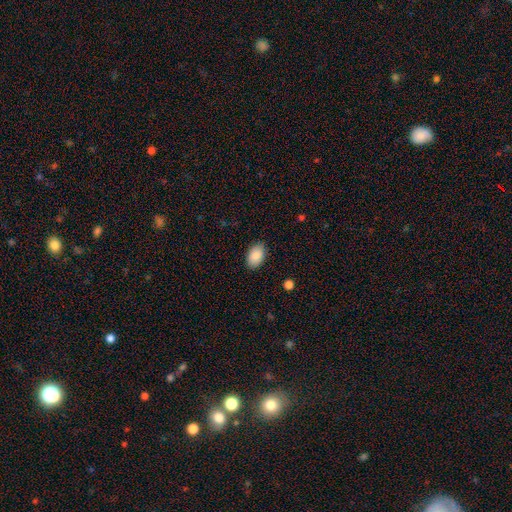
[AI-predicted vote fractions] Smooth or featured?
  - smooth: 88% *
  - star or artifact: 6%
  - featured or disk: 5%
How rounded?
  - in between: 92% *
  - round: 7%
  - cigar-shaped: 1%
Merging?
  - none: 87% *
  - minor disturbance: 9%
  - major disturbance: 2%
  - merger: 1%